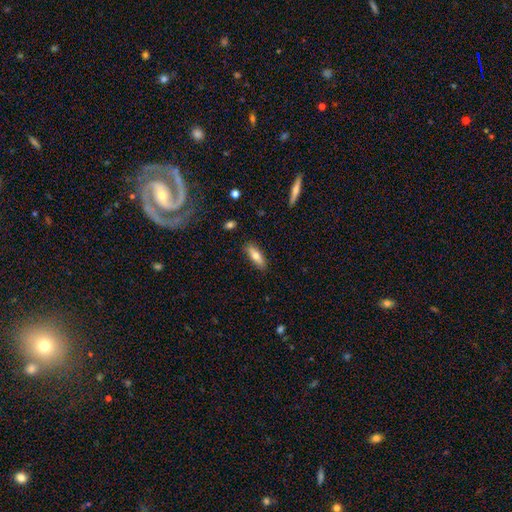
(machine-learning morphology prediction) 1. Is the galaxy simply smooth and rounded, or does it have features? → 66% smooth, 28% featured or disk, 7% star or artifact.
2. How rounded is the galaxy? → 52% cigar-shaped, 46% in between, 2% round.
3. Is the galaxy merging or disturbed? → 85% none, 11% minor disturbance, 2% major disturbance, 1% merger.